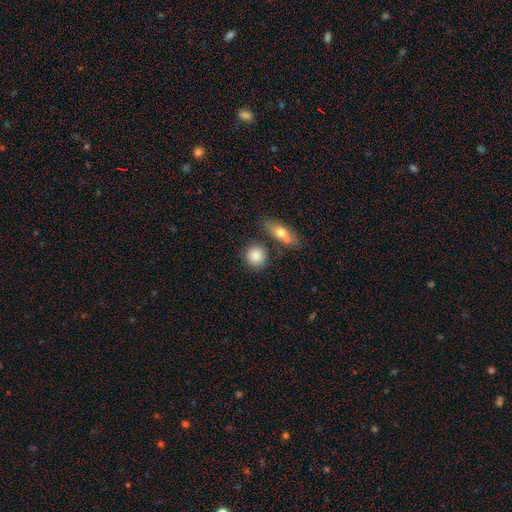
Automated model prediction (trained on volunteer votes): The model was most divided on "merging": none: 74%, minor disturbance: 11%, merger: 11%, major disturbance: 4%. More confident: smooth or featured — smooth (86%); how rounded — round (81%).